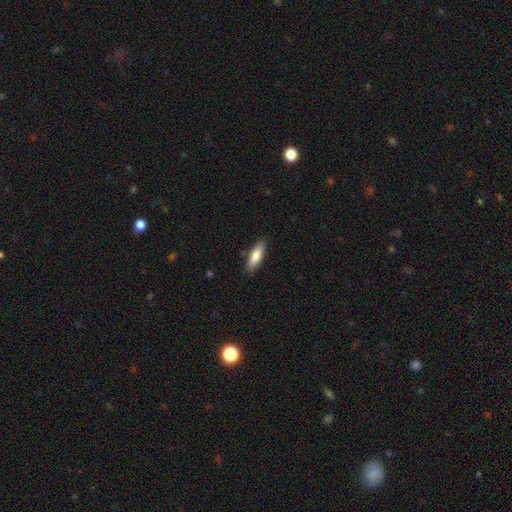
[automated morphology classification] This is likely a smooth galaxy (80%). How rounded: possibly in between (50%). Merging: clearly none (86%).